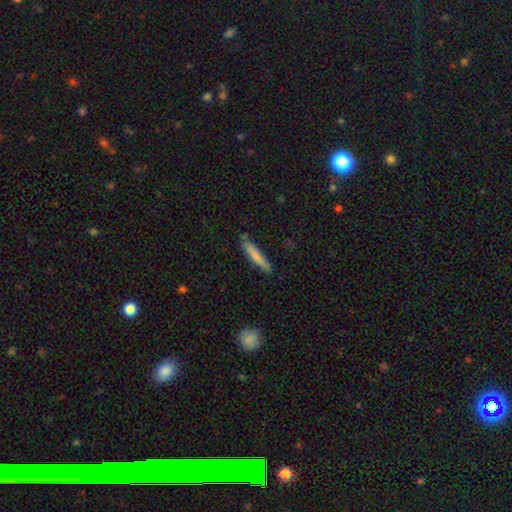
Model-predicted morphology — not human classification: Smooth or featured? Predicted: smooth (p=0.75). How rounded? Predicted: cigar-shaped (p=0.92). Merging? Predicted: none (p=0.83).